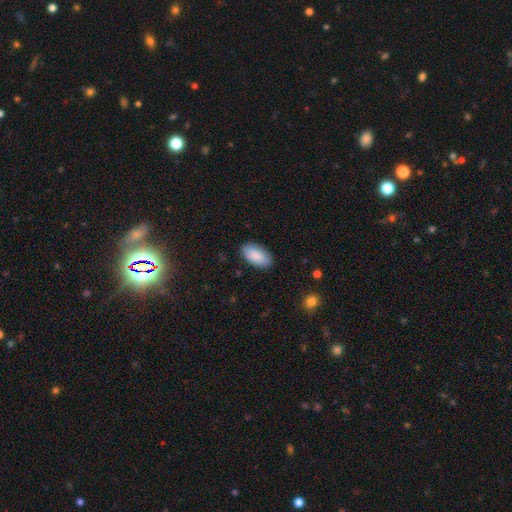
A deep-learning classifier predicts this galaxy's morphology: A smooth galaxy with no disk features (87%) that is in between round and cigar-shaped (95%). Merging: none (86%).